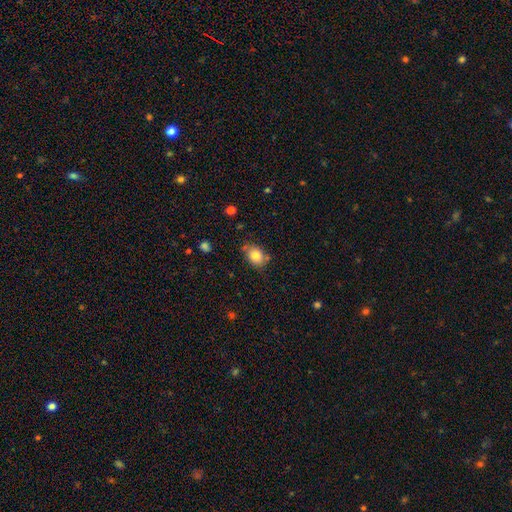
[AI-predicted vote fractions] Smooth or featured: smooth — 81% (featured or disk — 10%)
How rounded: in between — 62% (round — 36%)
Merging: none — 73% (minor disturbance — 18%)